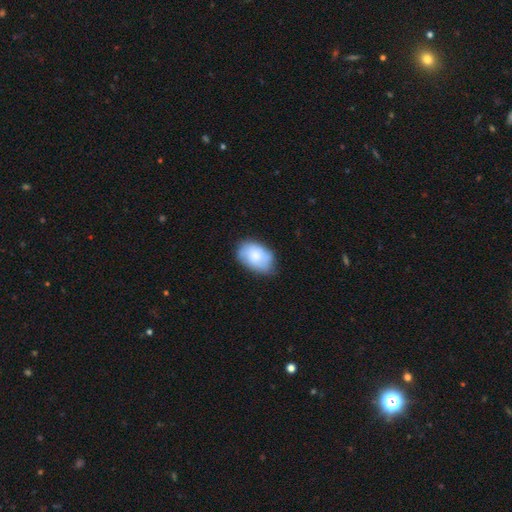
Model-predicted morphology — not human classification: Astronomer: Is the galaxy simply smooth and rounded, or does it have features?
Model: smooth — 74%.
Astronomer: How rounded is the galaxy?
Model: in between — 87%.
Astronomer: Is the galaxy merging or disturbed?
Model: none — 64%.